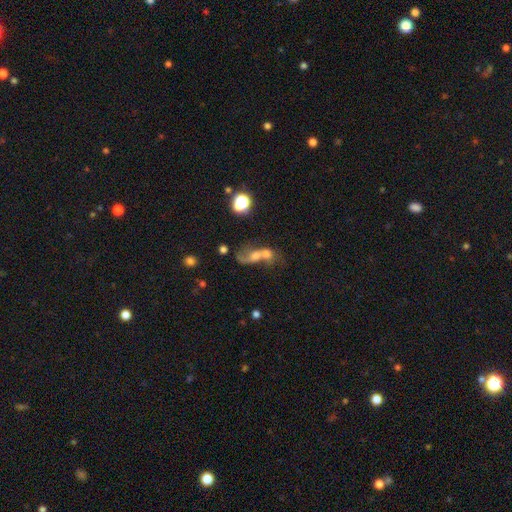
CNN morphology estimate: Smooth or featured?
  - smooth: 45% *
  - featured or disk: 38%
  - star or artifact: 17%
Merging?
  - merger: 70% *
  - none: 13%
  - major disturbance: 11%
  - minor disturbance: 6%